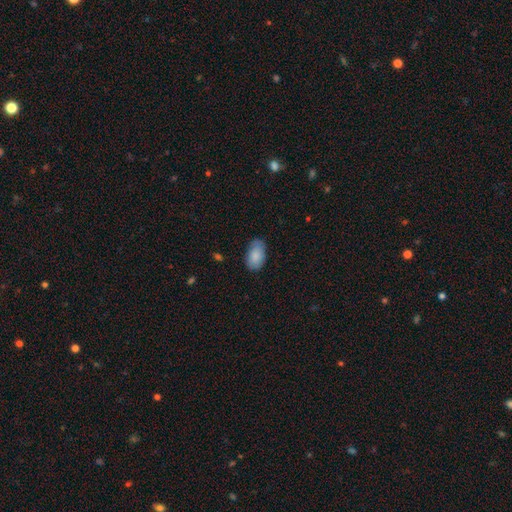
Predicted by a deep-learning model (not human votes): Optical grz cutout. It shows a smooth galaxy with no disk features (85%) that is in between round and cigar-shaped (92%). Merging: none (73%).